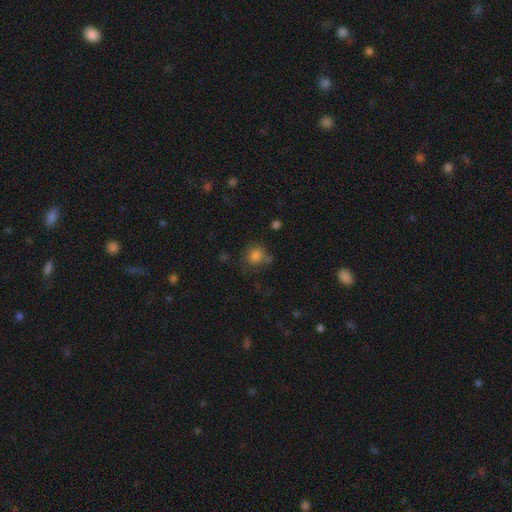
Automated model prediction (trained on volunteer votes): Smooth or featured? smooth (79%)
How rounded? round (72%)
Merging? none (57%)